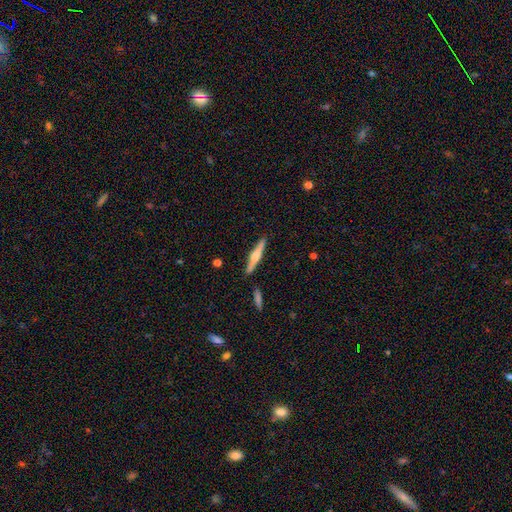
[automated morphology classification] Overall: featured or disk (59%; smooth 35%). Edge-on disk: yes (97%). Edge-on bulge: rounded (78%). Merging: none (88%).